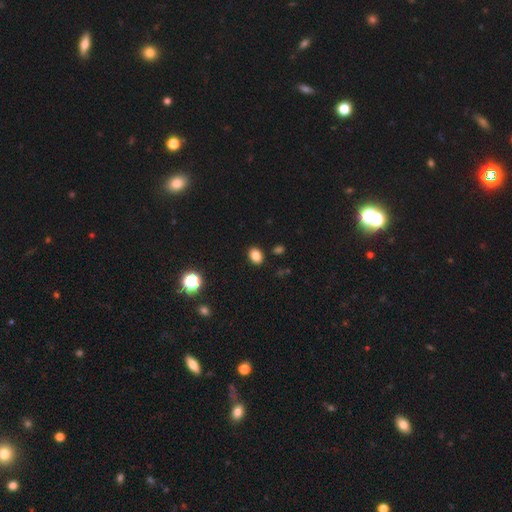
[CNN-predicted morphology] A smooth galaxy with no disk features (83%) that is in between round and cigar-shaped (66%). Merging: none (88%).